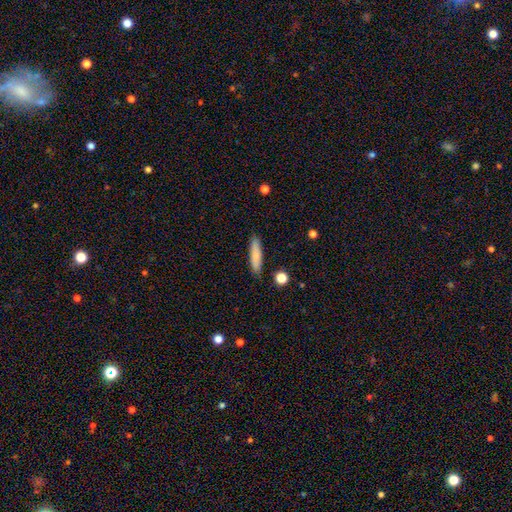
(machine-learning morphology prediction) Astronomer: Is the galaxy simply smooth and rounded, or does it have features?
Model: smooth — 80%.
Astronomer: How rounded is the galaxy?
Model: cigar-shaped — 80%.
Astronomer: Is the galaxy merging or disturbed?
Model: none — 88%.